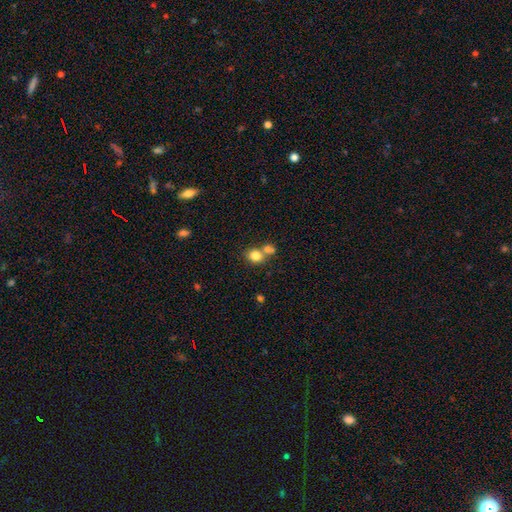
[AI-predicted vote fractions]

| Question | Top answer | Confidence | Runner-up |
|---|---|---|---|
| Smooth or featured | smooth | 81% | star or artifact (10%) |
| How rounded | round | 69% | in between (30%) |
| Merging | none | 45% | merger (43%) |